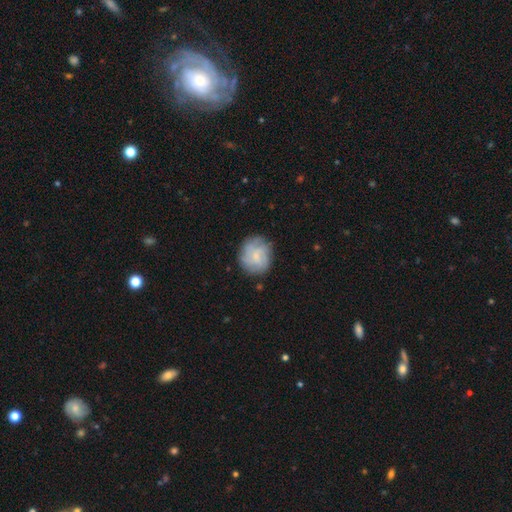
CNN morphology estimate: Smooth or featured: smooth — 53% (featured or disk — 40%)
How rounded: round — 75% (in between — 24%)
Merging: none — 73% (minor disturbance — 19%)